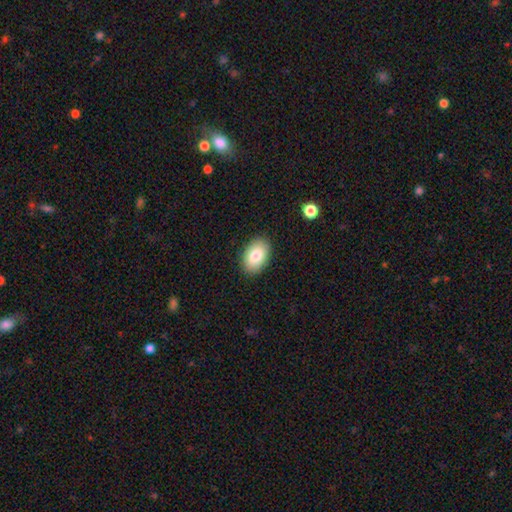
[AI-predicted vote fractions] A smooth galaxy with no disk features (83%) that is in between round and cigar-shaped (91%). Merging: none (89%).